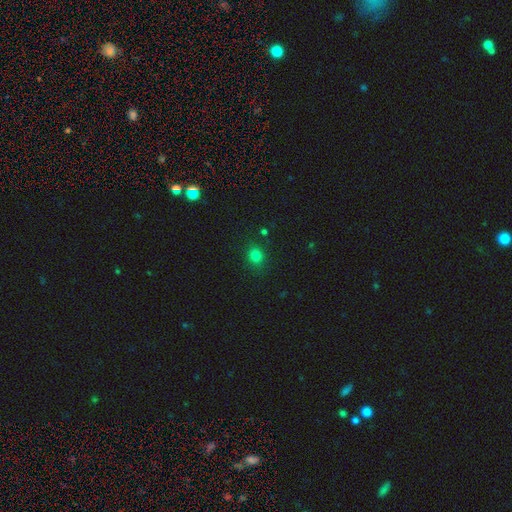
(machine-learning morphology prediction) This appears to be a smooth galaxy with no disk features (78%) that is round (69%). Merging: none (85%).